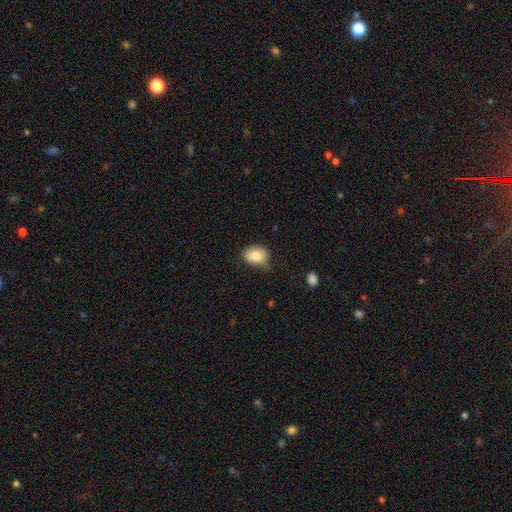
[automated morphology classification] A smooth galaxy with no disk features (81%) that is in between round and cigar-shaped (64%).

Vote fractions:
- Smooth or featured? smooth: 81% / featured or disk: 11% / star or artifact: 8%
- How rounded? in between: 64% / round: 35% / cigar-shaped: 1%
- Merging? none: 68% / minor disturbance: 26% / major disturbance: 5% / merger: 1%